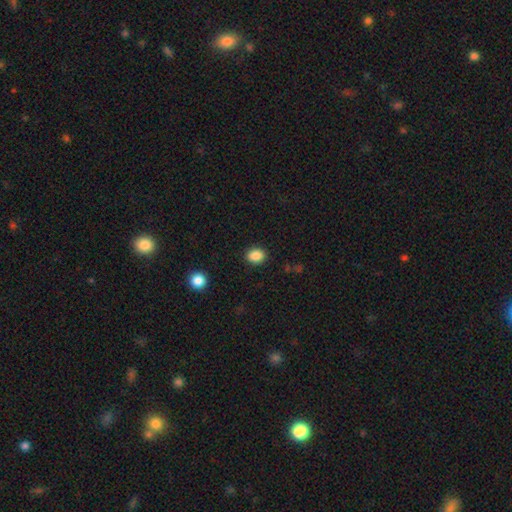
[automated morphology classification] A smooth galaxy with no disk features (88%) that is in between round and cigar-shaped (56%). Merging: none (88%).